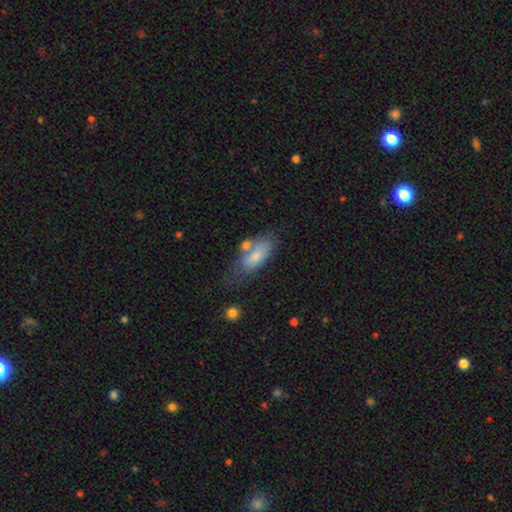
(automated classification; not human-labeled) A smooth galaxy with no disk features (73%) that is in between round and cigar-shaped (83%).

Vote fractions:
- Smooth or featured? smooth: 73% / featured or disk: 20% / star or artifact: 7%
- How rounded? in between: 83% / cigar-shaped: 14% / round: 3%
- Merging? none: 44% / minor disturbance: 24% / merger: 20% / major disturbance: 12%